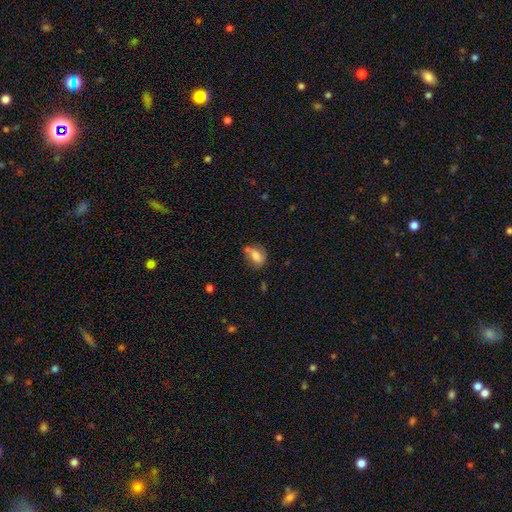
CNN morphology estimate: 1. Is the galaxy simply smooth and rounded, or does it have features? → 72% smooth, 18% featured or disk, 10% star or artifact.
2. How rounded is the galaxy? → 71% in between, 26% round, 3% cigar-shaped.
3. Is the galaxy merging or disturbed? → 50% none, 25% minor disturbance, 17% merger, 9% major disturbance.